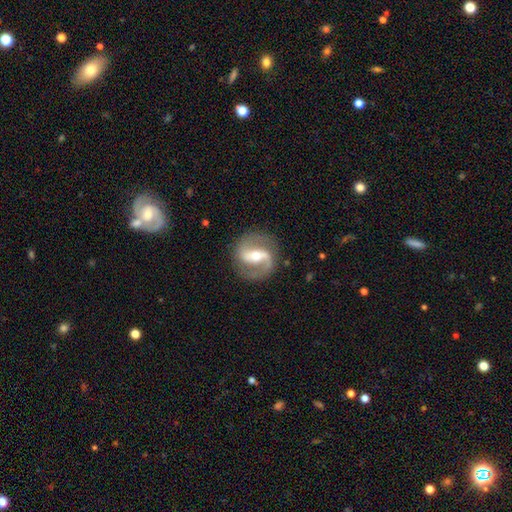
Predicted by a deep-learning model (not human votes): Smooth or featured? Predicted: featured or disk (p=0.88). Edge-on disk? Predicted: no (p=0.97). Bar? Predicted: strong (p=0.44). Spiral arms? Predicted: yes (p=0.96). Spiral winding? Predicted: medium (p=0.54). Spiral arm count? Predicted: 2 (p=0.90). Bulge size? Predicted: moderate (p=0.61). Merging? Predicted: none (p=0.84).